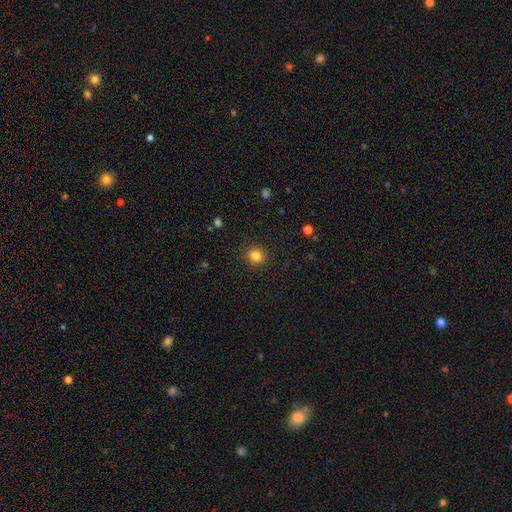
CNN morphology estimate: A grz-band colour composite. It shows a smooth galaxy with no disk features (83%) that is round (81%). Merging: none (89%).